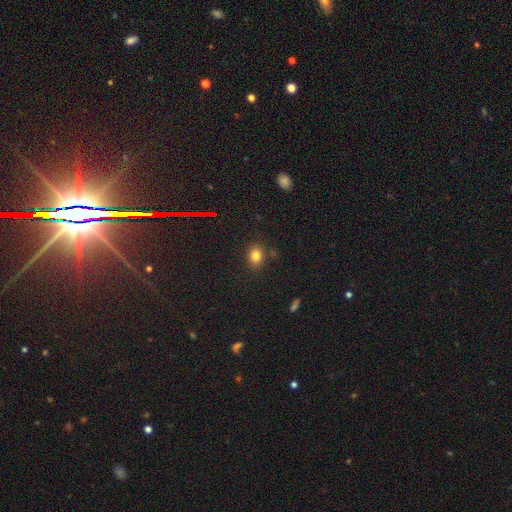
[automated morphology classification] Q: Smooth or featured?
A: smooth (80%); runner-up: star or artifact (13%)
Q: How rounded?
A: in between (59%); runner-up: round (39%)
Q: Merging?
A: none (82%); runner-up: minor disturbance (11%)